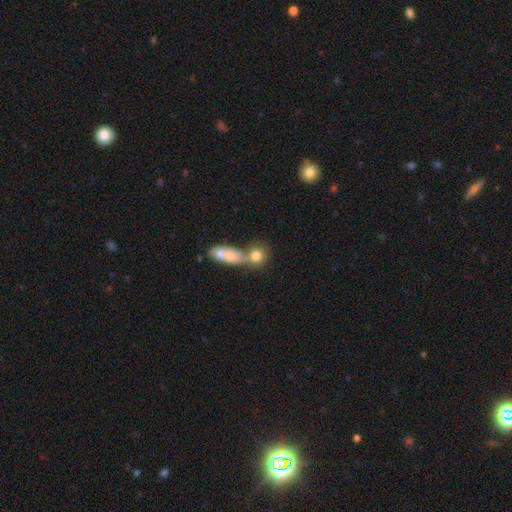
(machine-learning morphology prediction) This appears to be a smooth galaxy with no disk features (74%) that is round (73%). Merging: merger (50%).